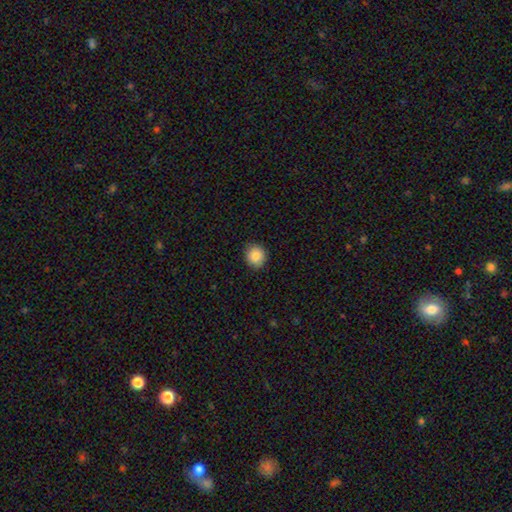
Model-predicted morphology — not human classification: smooth-or-featured: smooth: 87% | star or artifact: 9% | featured or disk: 5%
  how-rounded: round: 85% | in between: 14% | cigar-shaped: 1%
  merging: none: 88% | minor disturbance: 9% | major disturbance: 2% | merger: 1%